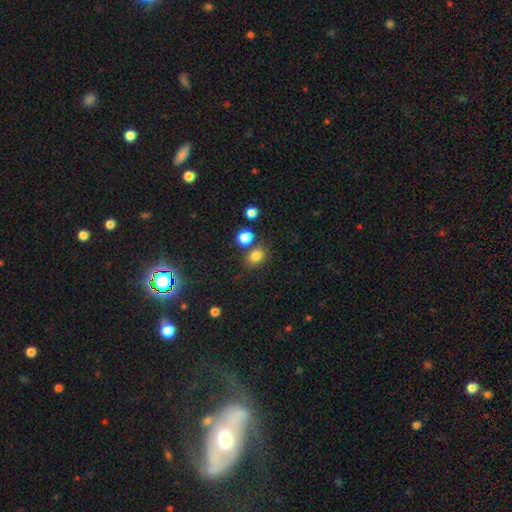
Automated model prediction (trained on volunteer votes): A smooth galaxy with no disk features (81%) that is round (51%). Merging: none (70%).